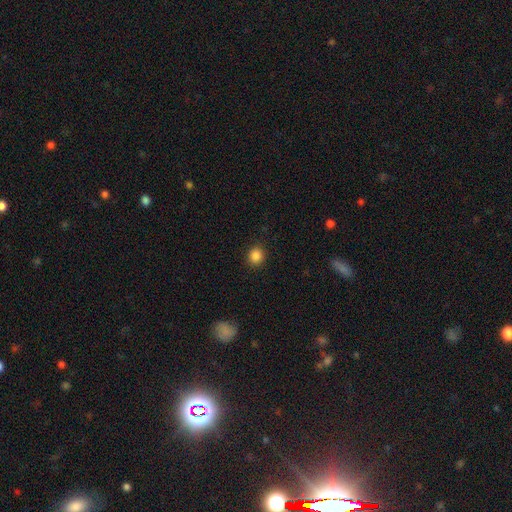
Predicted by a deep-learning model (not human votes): The model was most divided on "how rounded": round: 86%, in between: 13%, cigar-shaped: 1%. More confident: merging — none (91%); smooth or featured — smooth (86%).